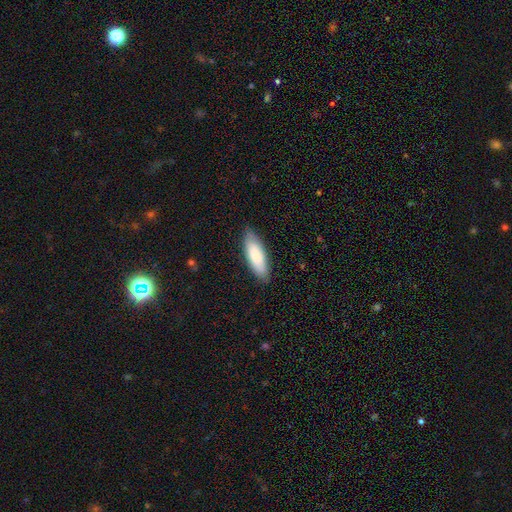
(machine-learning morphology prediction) Smooth or featured?
  - smooth: 80% *
  - featured or disk: 14%
  - star or artifact: 5%
How rounded?
  - in between: 65% *
  - cigar-shaped: 34%
  - round: 2%
Merging?
  - none: 84% *
  - minor disturbance: 12%
  - major disturbance: 2%
  - merger: 1%